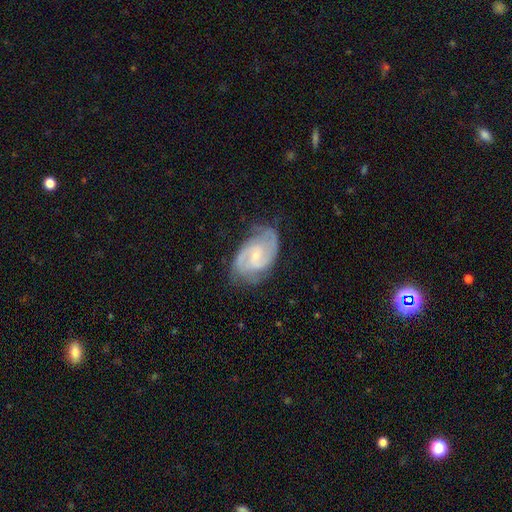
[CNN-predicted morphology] Smooth or featured?
  - featured or disk: 85% *
  - smooth: 9%
  - star or artifact: 5%
Edge-on disk?
  - no: 97% *
  - yes: 3%
Bar?
  - weak: 48% *
  - no: 40%
  - strong: 12%
Spiral arms?
  - yes: 97% *
  - no: 3%
Spiral winding?
  - medium: 48% *
  - tight: 40%
  - loose: 12%
Spiral arm count?
  - 2: 72% *
  - 3: 11%
  - can't tell: 10%
  - 1: 2%
  - 4: 2%
  - more than 4: 2%
Bulge size?
  - small: 68% *
  - moderate: 28%
  - none: 2%
  - large: 1%
  - dominant: 1%
Merging?
  - none: 71% *
  - minor disturbance: 21%
  - major disturbance: 7%
  - merger: 1%